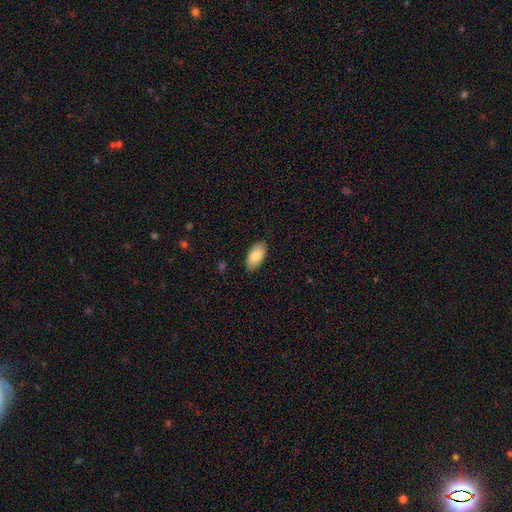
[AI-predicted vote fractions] Morphology: type=smooth (83%); roundness=in between (94%); merging=none (86%).